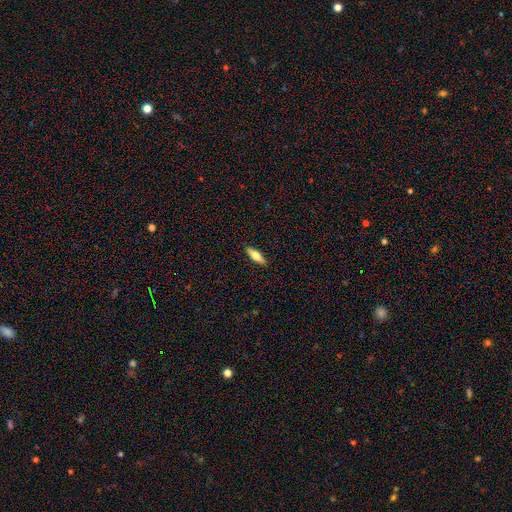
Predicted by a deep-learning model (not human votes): This is possibly a smooth galaxy (57%). How rounded: possibly cigar-shaped (50%). Merging: clearly none (90%).